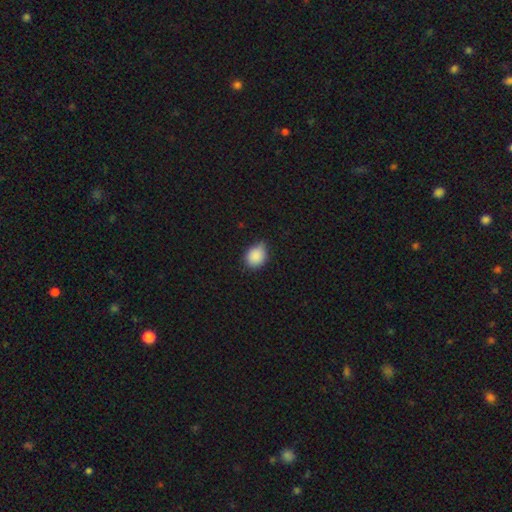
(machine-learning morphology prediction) The model was most divided on "how rounded": round: 51%, in between: 48%, cigar-shaped: 1%. More confident: smooth or featured — smooth (88%); merging — none (61%).